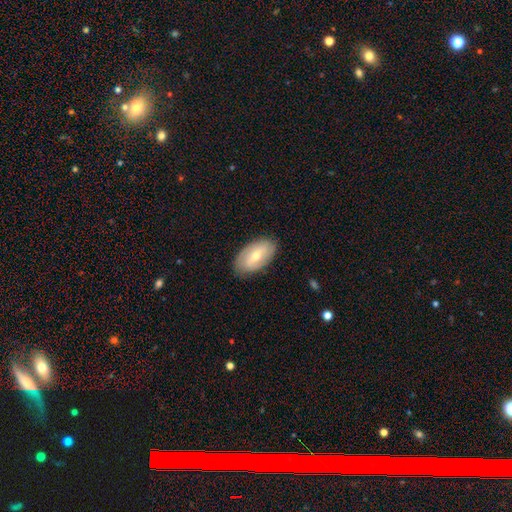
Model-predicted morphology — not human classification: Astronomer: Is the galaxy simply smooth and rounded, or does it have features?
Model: featured or disk — 49% (runner-up: smooth, 45%).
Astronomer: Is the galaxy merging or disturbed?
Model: none — 84%.